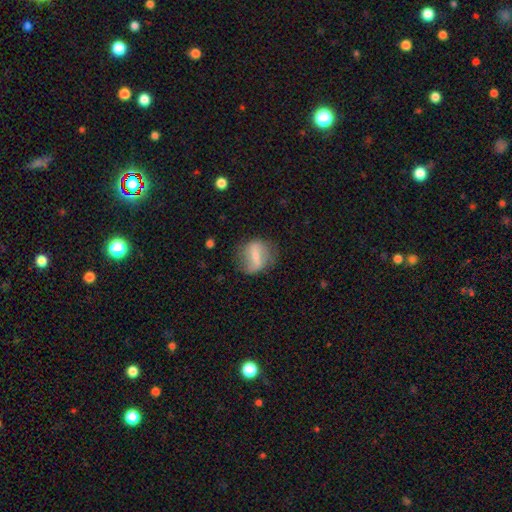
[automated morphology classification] A featured or disk galaxy (51%). Merging: none (67%).